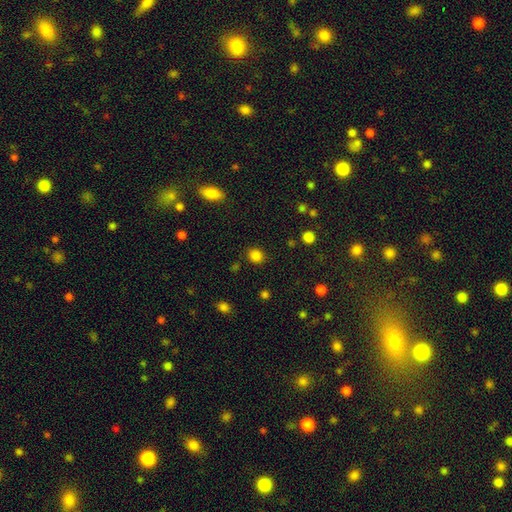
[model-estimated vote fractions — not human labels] Smooth or featured?
  - smooth: 84% *
  - star or artifact: 12%
  - featured or disk: 4%
How rounded?
  - round: 77% *
  - in between: 22%
  - cigar-shaped: 1%
Merging?
  - none: 88% *
  - minor disturbance: 8%
  - major disturbance: 3%
  - merger: 2%